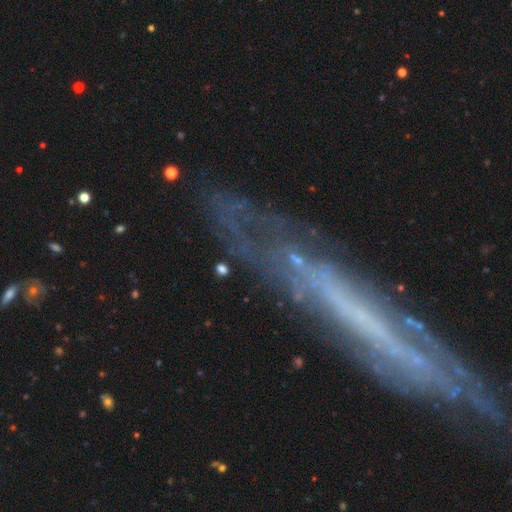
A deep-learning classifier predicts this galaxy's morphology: Smooth or featured?
  - featured or disk: 72% *
  - smooth: 17%
  - star or artifact: 11%
Edge-on disk?
  - yes: 61% *
  - no: 39%
Merging?
  - none: 70% *
  - minor disturbance: 18%
  - major disturbance: 8%
  - merger: 3%